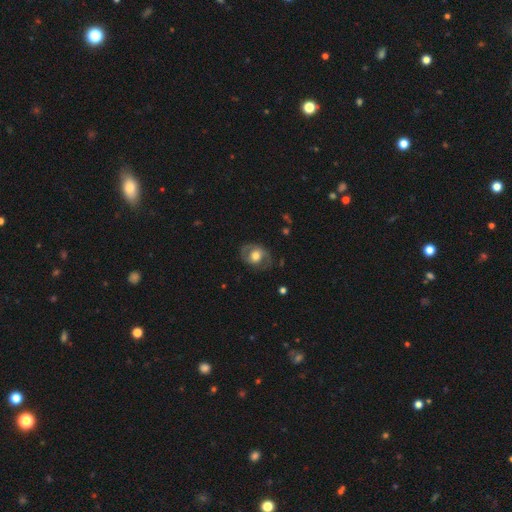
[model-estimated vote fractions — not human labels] Q: Smooth or featured?
A: featured or disk (55%); runner-up: smooth (38%)
Q: Edge-on disk?
A: no (96%); runner-up: yes (4%)
Q: Bar?
A: no (66%); runner-up: weak (26%)
Q: Spiral arms?
A: yes (63%); runner-up: no (37%)
Q: Bulge size?
A: moderate (54%); runner-up: large (34%)
Q: Merging?
A: none (72%); runner-up: minor disturbance (17%)